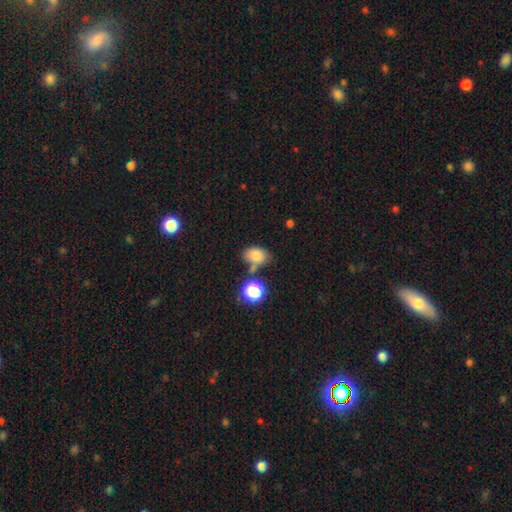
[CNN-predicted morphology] The model was most divided on "merging": none: 63%, minor disturbance: 17%, merger: 14%, major disturbance: 5%. More confident: how rounded — in between (80%); smooth or featured — smooth (79%).